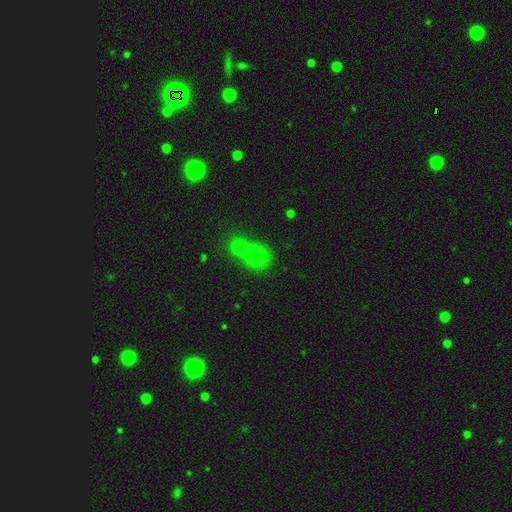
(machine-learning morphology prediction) smooth 62%, star or artifact 27%, featured or disk 12%. Down the decision tree: how rounded — round (84%); merging — merger (48%).